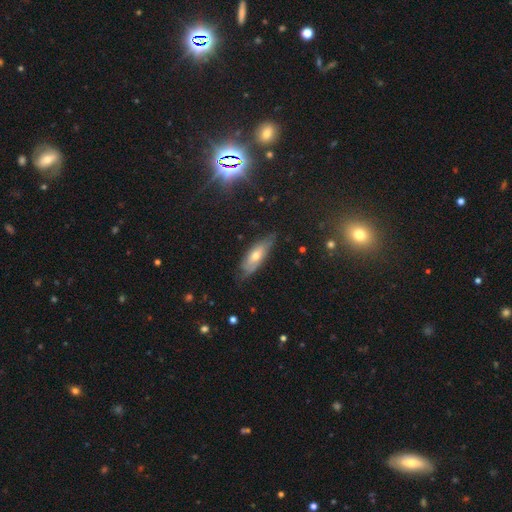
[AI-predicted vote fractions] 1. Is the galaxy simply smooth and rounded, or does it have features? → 47% featured or disk, 41% smooth, 12% star or artifact.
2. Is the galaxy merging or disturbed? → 66% none, 27% minor disturbance, 6% major disturbance, 2% merger.